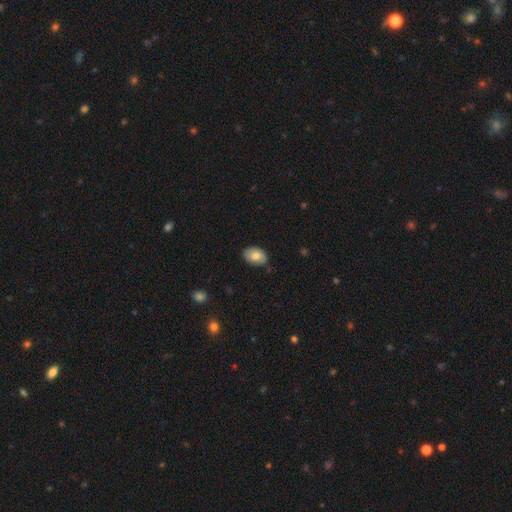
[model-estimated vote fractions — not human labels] smooth-or-featured: smooth: 76% | featured or disk: 17% | star or artifact: 7%
  how-rounded: in between: 85% | round: 14% | cigar-shaped: 1%
  merging: none: 77% | minor disturbance: 19% | major disturbance: 3% | merger: 1%